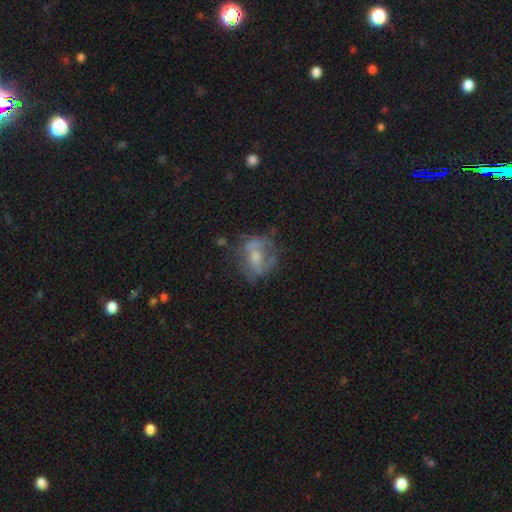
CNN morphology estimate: smooth-or-featured: featured or disk: 57% | smooth: 33% | star or artifact: 11%
  disk-edge-on: no: 97% | yes: 3%
    bar: no: 63% | weak: 30% | strong: 7%
    has-spiral-arms: yes: 52% | no: 48%
    bulge-size: moderate: 53% | small: 29% | none: 9% | large: 8% | dominant: 1%
  merging: none: 54% | minor disturbance: 23% | major disturbance: 20% | merger: 3%